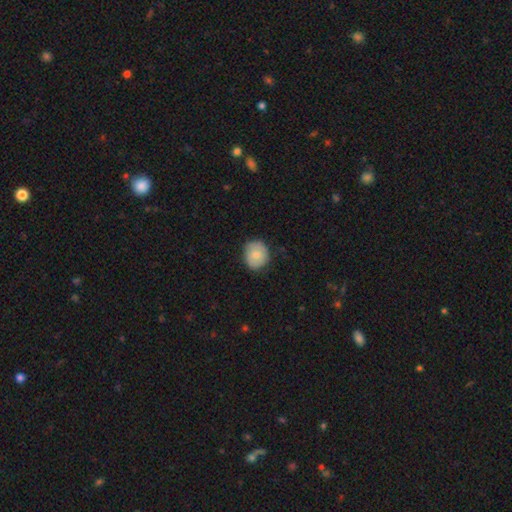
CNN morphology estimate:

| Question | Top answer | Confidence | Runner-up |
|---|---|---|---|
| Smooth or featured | smooth | 74% | featured or disk (19%) |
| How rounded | round | 77% | in between (22%) |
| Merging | none | 77% | minor disturbance (18%) |